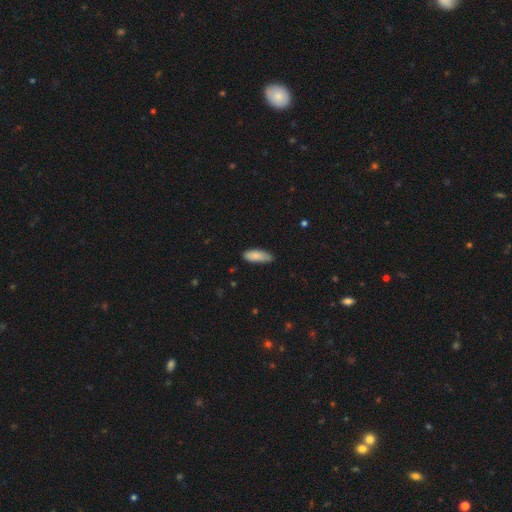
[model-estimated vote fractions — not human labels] This appears to be a smooth galaxy with no disk features (85%) that is in between round and cigar-shaped (66%). Merging: none (70%).